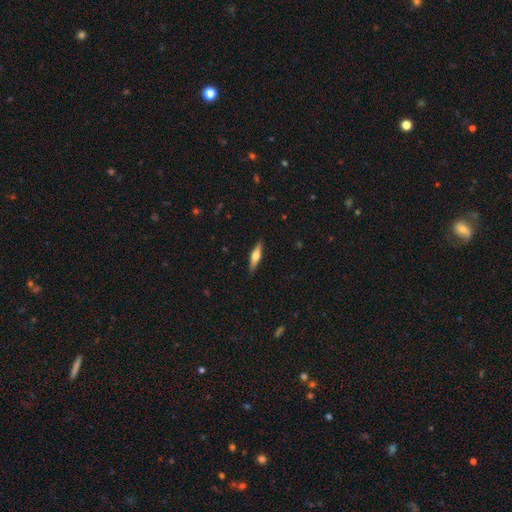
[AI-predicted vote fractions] Morphology: type=smooth (47%, tied with featured or disk); merging=none (89%).